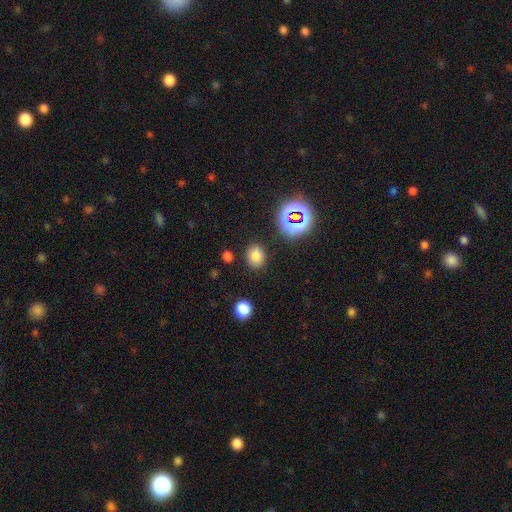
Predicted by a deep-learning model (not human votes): A smooth galaxy with no disk features (75%) that is round (58%).

Vote fractions:
- Smooth or featured? smooth: 75% / star or artifact: 18% / featured or disk: 8%
- How rounded? round: 58% / in between: 41% / cigar-shaped: 1%
- Merging? none: 84% / minor disturbance: 10% / major disturbance: 3% / merger: 3%